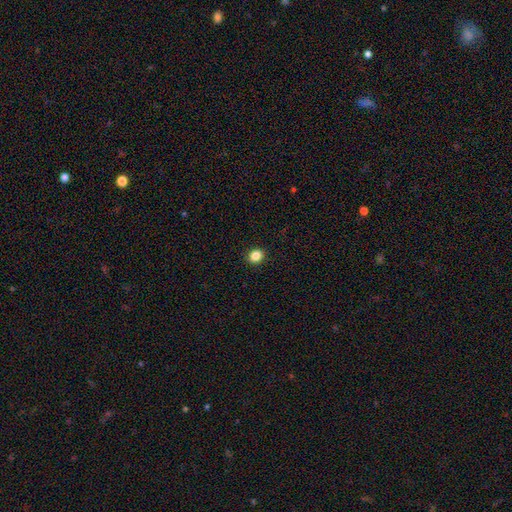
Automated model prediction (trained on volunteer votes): Morphology: type=smooth (86%); roundness=round (70%); merging=none (92%).